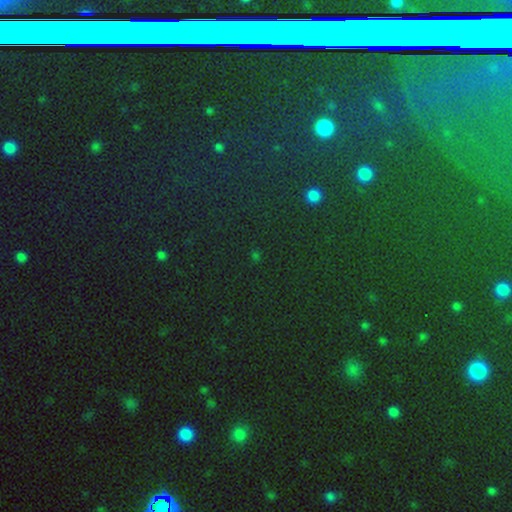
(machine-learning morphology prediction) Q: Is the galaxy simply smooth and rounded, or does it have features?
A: star or artifact — 66%.